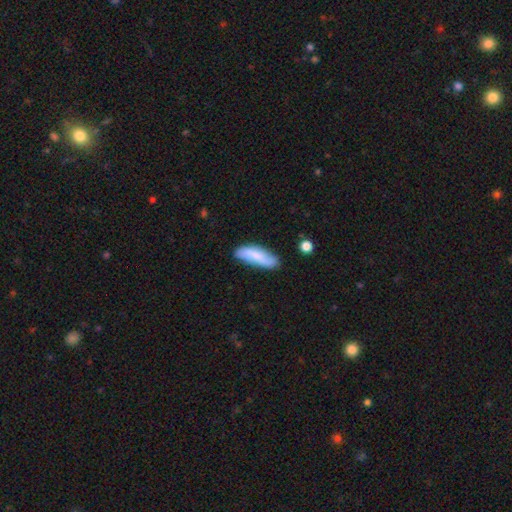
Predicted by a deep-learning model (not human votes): Morphology: type=smooth (67%); roundness=in between (56%); merging=none (71%).